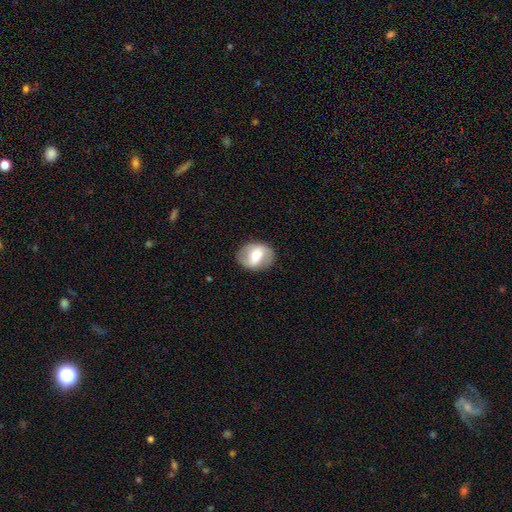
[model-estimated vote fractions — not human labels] Smooth or featured? featured or disk (53%)
Edge-on disk? no (95%)
Merging? none (84%)